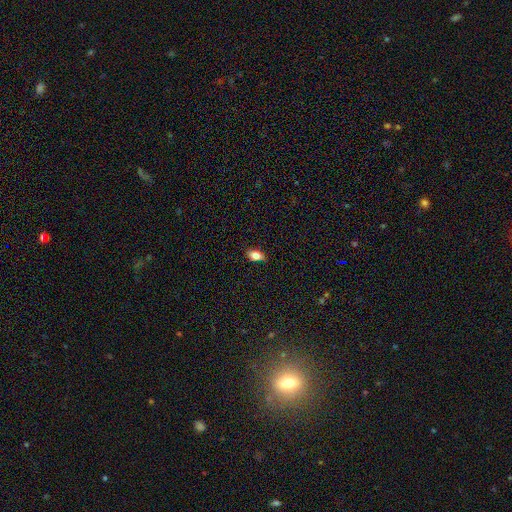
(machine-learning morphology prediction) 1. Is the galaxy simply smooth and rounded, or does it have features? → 81% smooth, 10% featured or disk, 9% star or artifact.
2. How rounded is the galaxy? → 87% in between, 8% round, 5% cigar-shaped.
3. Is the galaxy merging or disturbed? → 85% none, 12% minor disturbance, 2% major disturbance, 1% merger.